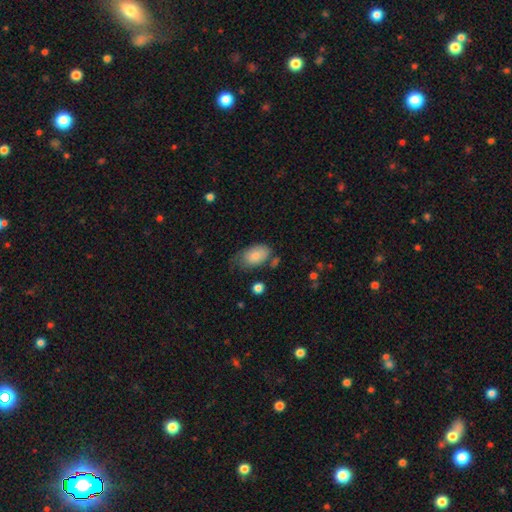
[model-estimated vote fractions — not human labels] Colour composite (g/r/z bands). It shows a smooth galaxy with no disk features (81%) that is in between round and cigar-shaped (91%). Merging: none (47%).